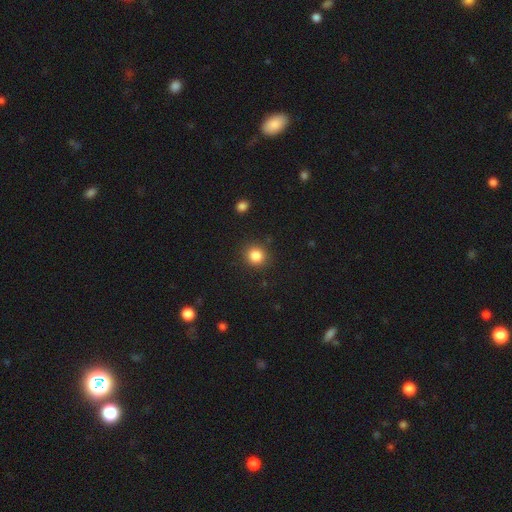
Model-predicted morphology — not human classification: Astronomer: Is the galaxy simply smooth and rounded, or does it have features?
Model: smooth — 85%.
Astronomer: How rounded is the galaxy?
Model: round — 87%.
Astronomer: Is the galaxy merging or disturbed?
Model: none — 88%.